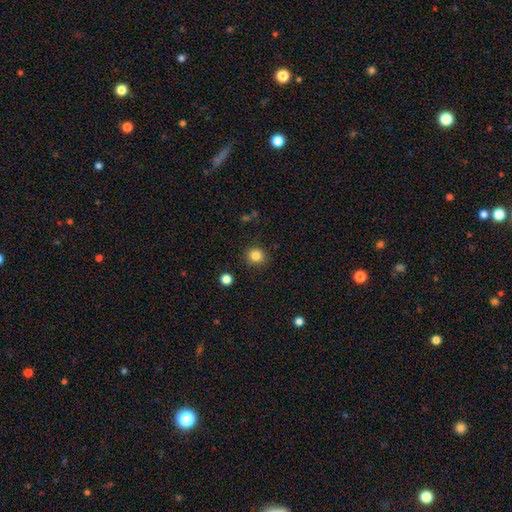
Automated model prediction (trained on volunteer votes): Q: Smooth or featured?
A: smooth (84%); runner-up: star or artifact (12%)
Q: How rounded?
A: round (90%); runner-up: in between (9%)
Q: Merging?
A: none (90%); runner-up: minor disturbance (7%)